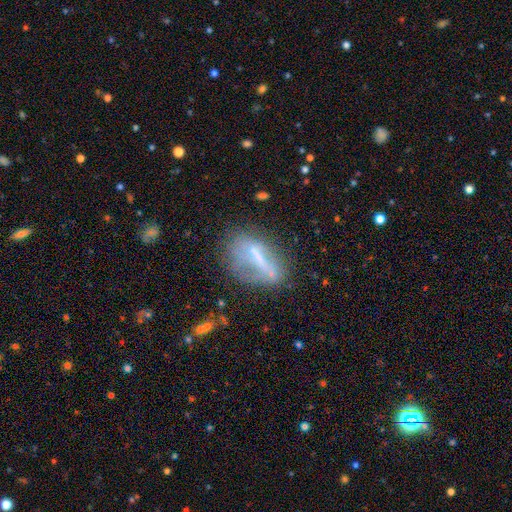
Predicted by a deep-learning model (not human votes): featured or disk 50%, smooth 39%, star or artifact 11%. Down the decision tree: merging — none (50%).